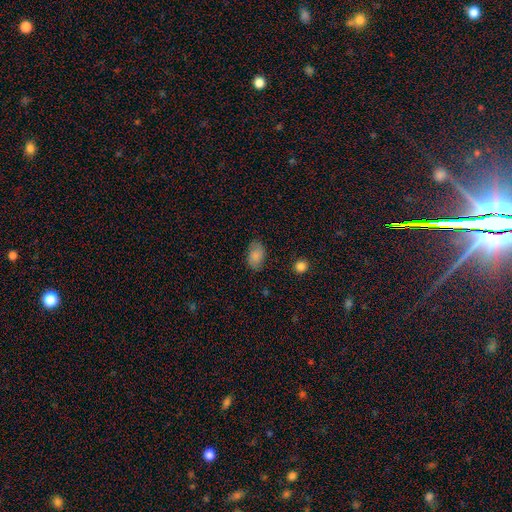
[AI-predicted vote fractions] This appears to be a smooth galaxy with no disk features (80%) that is in between round and cigar-shaped (87%). Merging: none (76%).